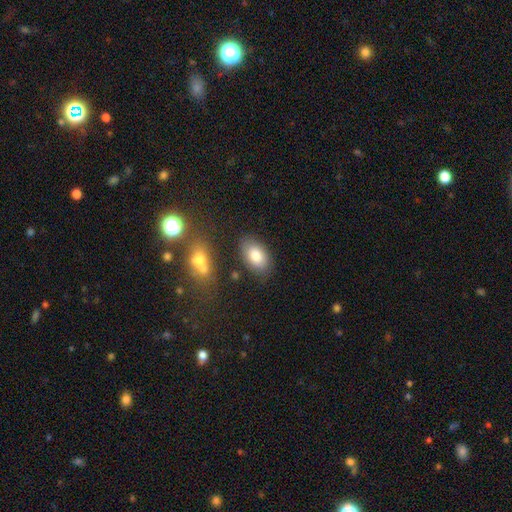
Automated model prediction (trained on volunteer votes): This is clearly a smooth galaxy (82%). How rounded: clearly in between (91%). Merging: likely none (79%).